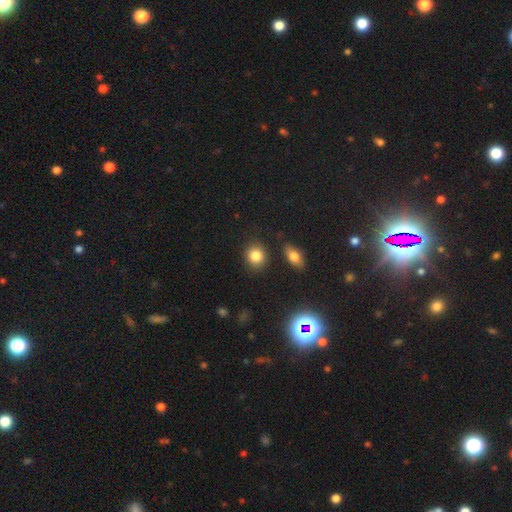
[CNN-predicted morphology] Q: Smooth or featured?
A: smooth (84%); runner-up: star or artifact (10%)
Q: How rounded?
A: round (75%); runner-up: in between (23%)
Q: Merging?
A: none (85%); runner-up: minor disturbance (9%)